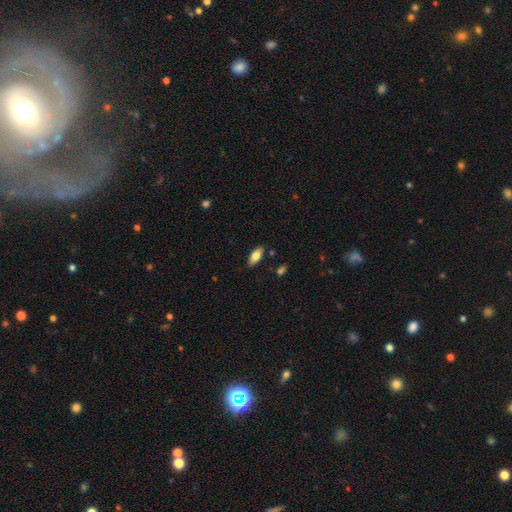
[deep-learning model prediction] A smooth galaxy with no disk features (75%) that is in between round and cigar-shaped (82%). Merging: none (85%).